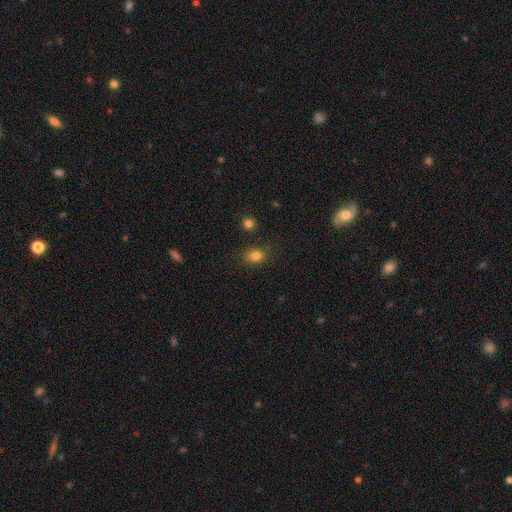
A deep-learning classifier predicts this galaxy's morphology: Smooth or featured: smooth — 82% (star or artifact — 13%)
How rounded: in between — 51% (round — 48%)
Merging: none — 77% (minor disturbance — 15%)